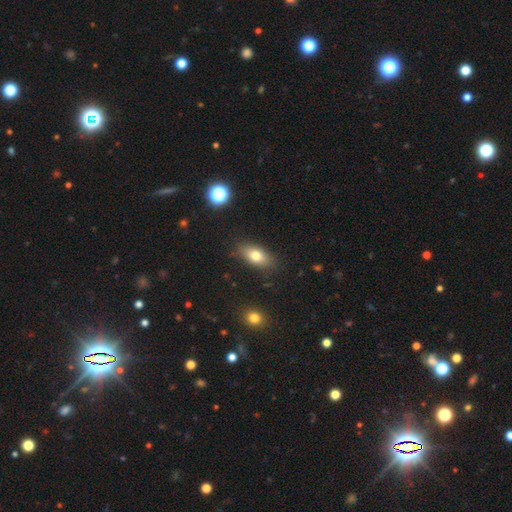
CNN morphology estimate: The model was most divided on "smooth or featured": smooth: 75%, featured or disk: 16%, star or artifact: 9%. More confident: merging — none (85%); how rounded — in between (84%).